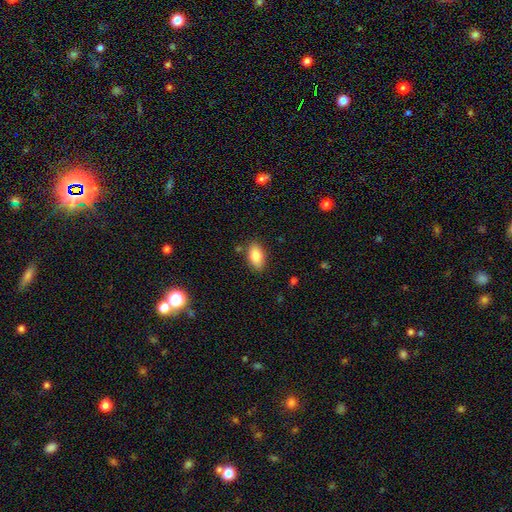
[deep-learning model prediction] Q: Smooth or featured?
A: smooth (84%); runner-up: featured or disk (8%)
Q: How rounded?
A: in between (92%); runner-up: round (6%)
Q: Merging?
A: none (83%); runner-up: minor disturbance (12%)